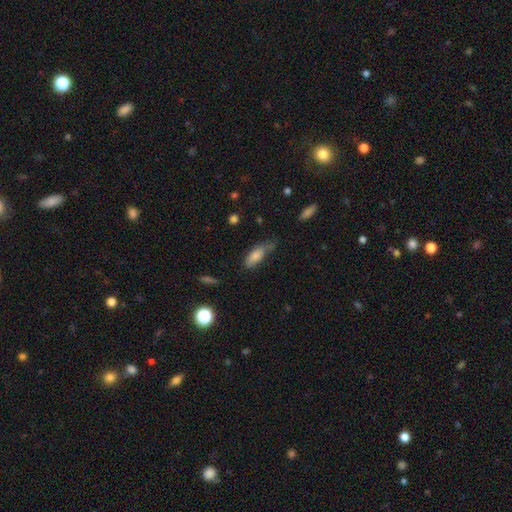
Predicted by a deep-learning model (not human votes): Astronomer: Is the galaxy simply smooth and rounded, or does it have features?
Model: smooth — 79%.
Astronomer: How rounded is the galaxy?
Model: in between — 74%.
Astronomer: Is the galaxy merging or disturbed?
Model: none — 43% (runner-up: minor disturbance, 40%).